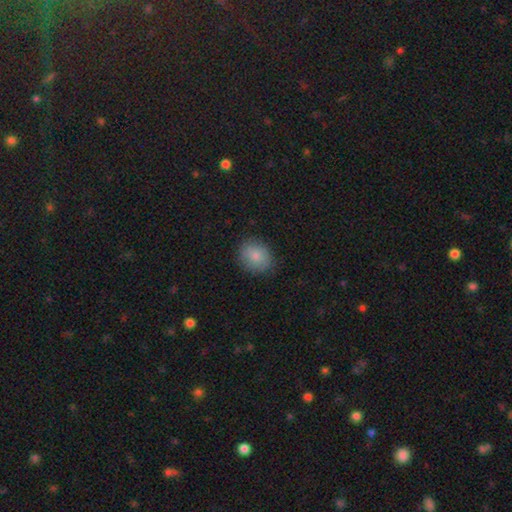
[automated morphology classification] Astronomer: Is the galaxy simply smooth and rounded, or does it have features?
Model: smooth — 84%.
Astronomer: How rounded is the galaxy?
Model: round — 68%.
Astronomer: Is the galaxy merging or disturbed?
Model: none — 85%.